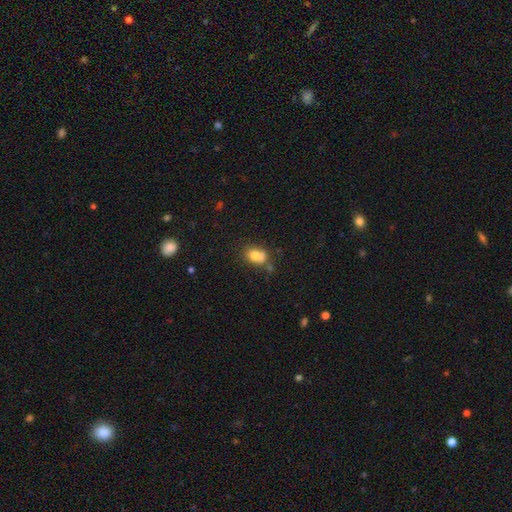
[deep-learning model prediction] smooth 76%, featured or disk 14%, star or artifact 10%. Down the decision tree: how rounded — in between (63%); merging — none (49%).